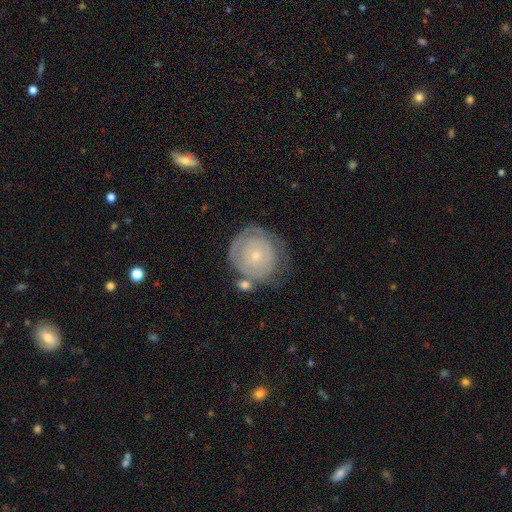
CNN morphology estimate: Overall: featured or disk (60%; smooth 33%). Edge-on disk: no (97%). Bar: no (87%). Spiral arms: yes (68%; no 32%). Bulge size: small (79%). Merging: none (61%; minor disturbance 22%).